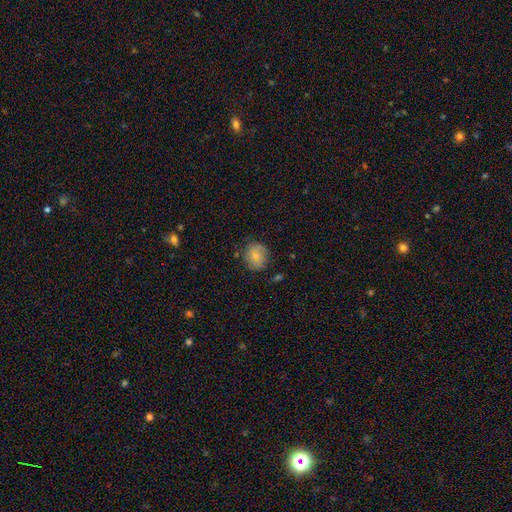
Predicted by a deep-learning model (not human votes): The model was most divided on "how rounded": round: 74%, in between: 25%, cigar-shaped: 1%. More confident: smooth or featured — smooth (75%); merging — none (72%).